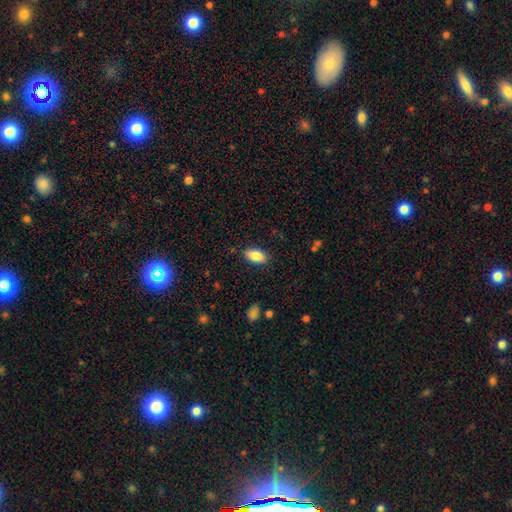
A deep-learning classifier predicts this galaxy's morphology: This is clearly a smooth galaxy (85%). How rounded: clearly in between (91%). Merging: clearly none (86%).